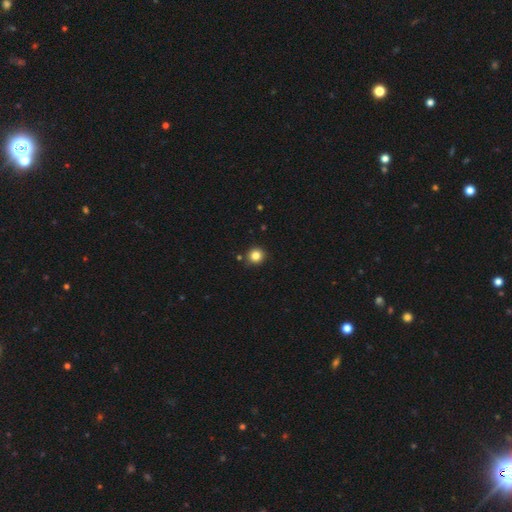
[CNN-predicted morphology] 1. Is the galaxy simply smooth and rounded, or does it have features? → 84% smooth, 12% star or artifact, 4% featured or disk.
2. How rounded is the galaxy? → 93% round, 6% in between, 1% cigar-shaped.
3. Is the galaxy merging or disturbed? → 87% none, 8% minor disturbance, 3% merger, 2% major disturbance.